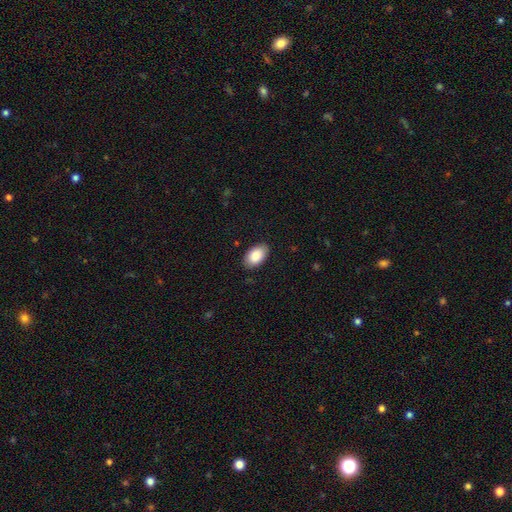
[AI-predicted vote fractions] Smooth or featured: smooth — 87% (featured or disk — 7%)
How rounded: in between — 93% (round — 5%)
Merging: none — 87% (minor disturbance — 10%)